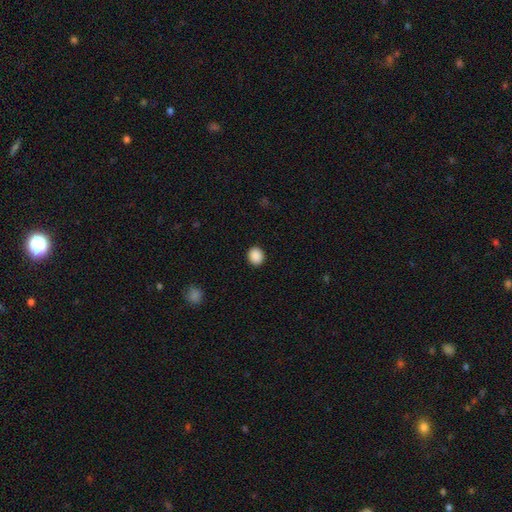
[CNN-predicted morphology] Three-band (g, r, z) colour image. It shows a smooth galaxy with no disk features (89%) that is round (73%). Merging: none (91%).